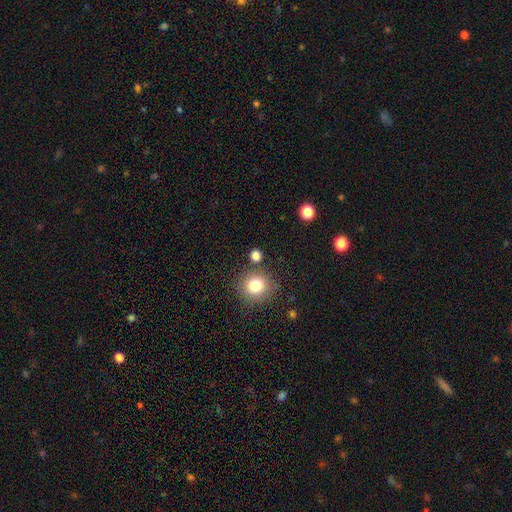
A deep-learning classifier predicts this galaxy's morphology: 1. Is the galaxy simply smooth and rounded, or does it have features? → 79% smooth, 15% star or artifact, 6% featured or disk.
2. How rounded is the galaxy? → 84% round, 15% in between, 1% cigar-shaped.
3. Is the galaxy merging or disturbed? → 80% none, 9% minor disturbance, 8% merger, 3% major disturbance.